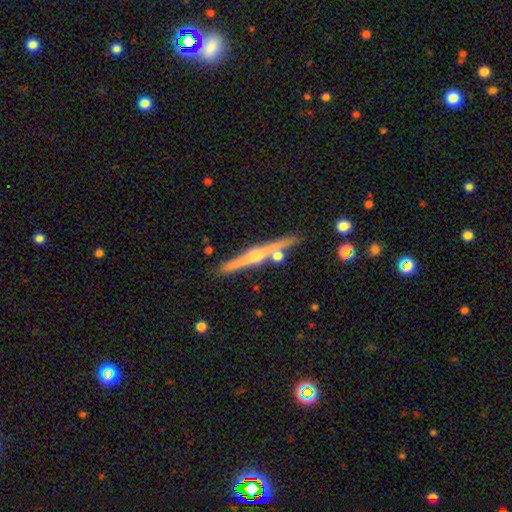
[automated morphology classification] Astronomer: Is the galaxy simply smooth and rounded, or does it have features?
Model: featured or disk — 75%.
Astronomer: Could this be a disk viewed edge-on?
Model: yes — 98%.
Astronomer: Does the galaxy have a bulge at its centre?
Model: rounded — 88%.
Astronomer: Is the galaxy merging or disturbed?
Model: none — 82%.